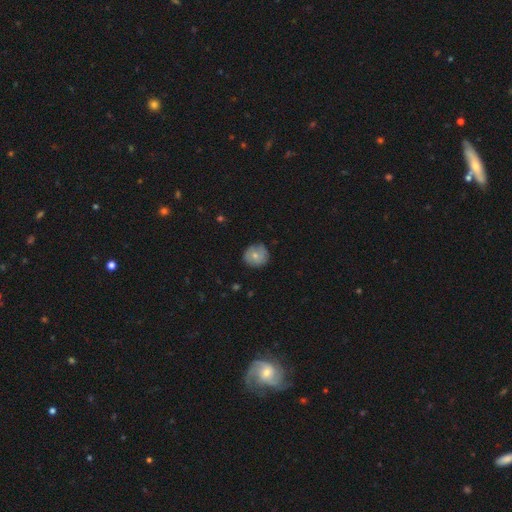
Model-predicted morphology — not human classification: Smooth or featured? smooth (64%)
How rounded? round (90%)
Merging? none (79%)